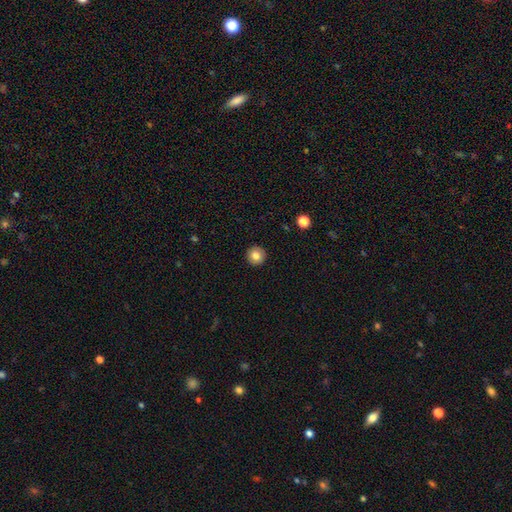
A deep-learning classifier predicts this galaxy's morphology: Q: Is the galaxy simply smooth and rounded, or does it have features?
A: smooth — 82%.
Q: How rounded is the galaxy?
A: round — 95%.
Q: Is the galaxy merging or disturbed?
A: none — 93%.